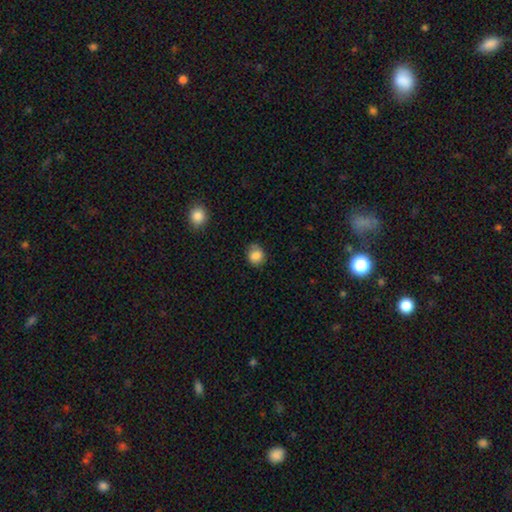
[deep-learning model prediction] This appears to be a smooth galaxy with no disk features (85%) that is round (71%). Merging: none (71%).